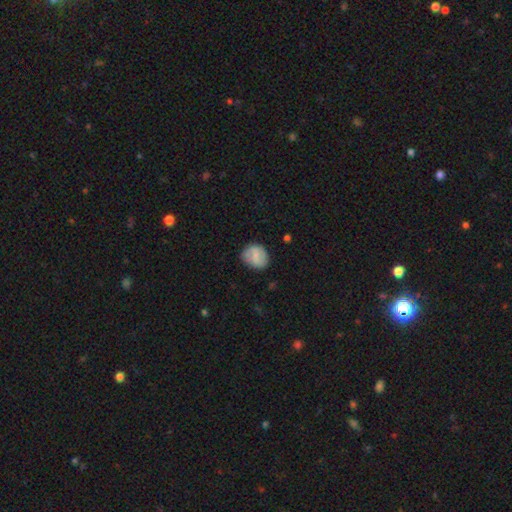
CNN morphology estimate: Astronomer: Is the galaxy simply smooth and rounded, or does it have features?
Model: smooth — 61%.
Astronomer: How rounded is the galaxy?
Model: round — 66%.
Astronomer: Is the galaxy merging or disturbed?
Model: none — 72%.